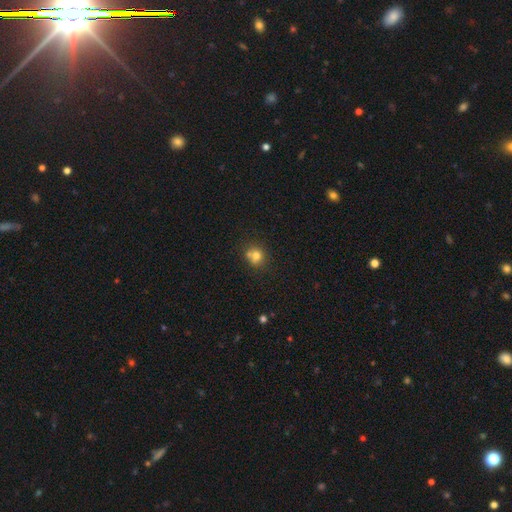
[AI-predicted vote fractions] smooth-or-featured: smooth: 73% | featured or disk: 14% | star or artifact: 13%
  how-rounded: round: 76% | in between: 23% | cigar-shaped: 1%
  merging: none: 52% | merger: 29% | minor disturbance: 14% | major disturbance: 5%